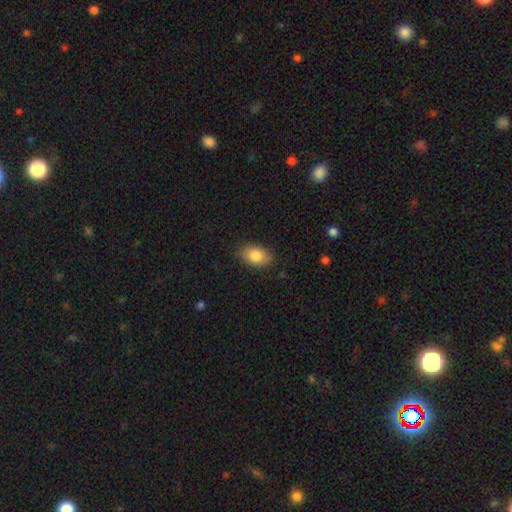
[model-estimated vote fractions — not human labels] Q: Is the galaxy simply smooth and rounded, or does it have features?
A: smooth — 84%.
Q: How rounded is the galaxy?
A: in between — 87%.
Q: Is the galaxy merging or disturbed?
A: none — 84%.